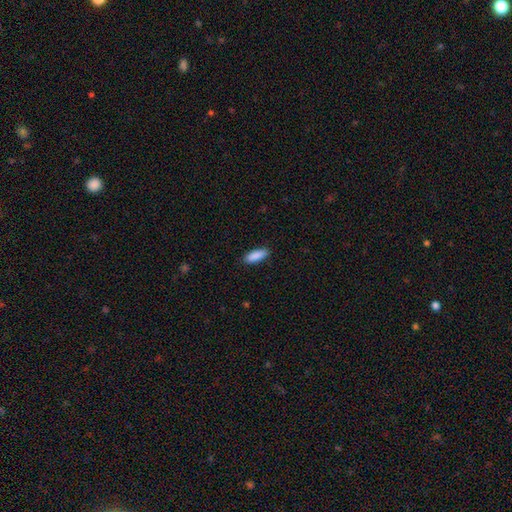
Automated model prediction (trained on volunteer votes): smooth_or_featured: smooth (p=0.90) [alt: star or artifact p=0.06]
how_rounded: in between (p=0.66) [alt: cigar-shaped p=0.33]
merging: none (p=0.87) [alt: minor disturbance p=0.10]